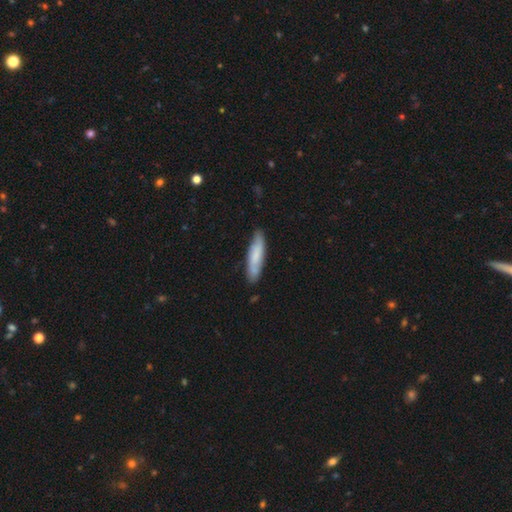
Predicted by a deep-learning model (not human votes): The model was most divided on "smooth or featured": smooth: 66%, featured or disk: 28%, star or artifact: 6%. More confident: merging — none (82%); how rounded — cigar-shaped (76%).